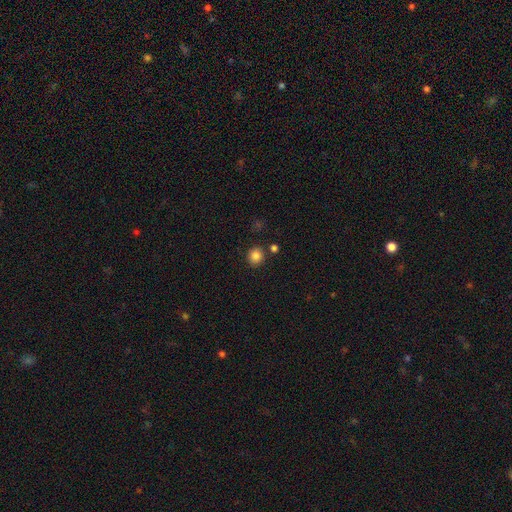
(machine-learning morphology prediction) Smooth or featured? smooth (84%)
How rounded? round (87%)
Merging? none (84%)